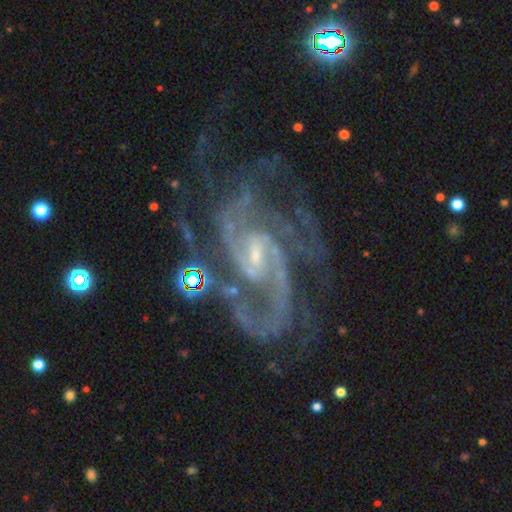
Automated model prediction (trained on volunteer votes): Smooth or featured? Predicted: featured or disk (p=0.92). Edge-on disk? Predicted: no (p=0.98). Bar? Predicted: weak (p=0.56). Spiral arms? Predicted: yes (p=0.98). Spiral winding? Predicted: medium (p=0.56). Spiral arm count? Predicted: 2 (p=0.63). Bulge size? Predicted: small (p=0.62). Merging? Predicted: none (p=0.57).